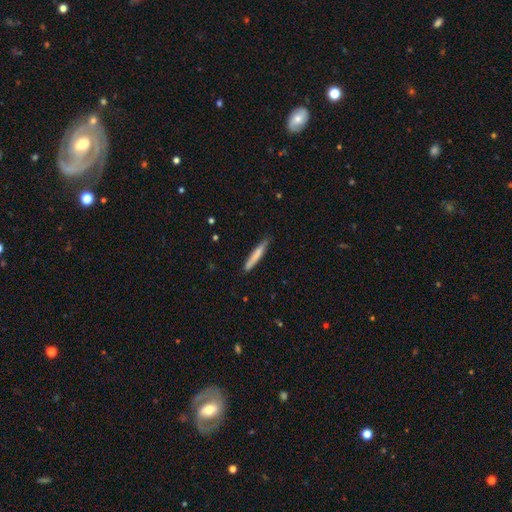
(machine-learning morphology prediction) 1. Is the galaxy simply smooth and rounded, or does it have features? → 73% smooth, 22% featured or disk, 6% star or artifact.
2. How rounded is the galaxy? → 94% cigar-shaped, 4% in between, 1% round.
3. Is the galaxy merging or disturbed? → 83% none, 13% minor disturbance, 2% major disturbance, 1% merger.